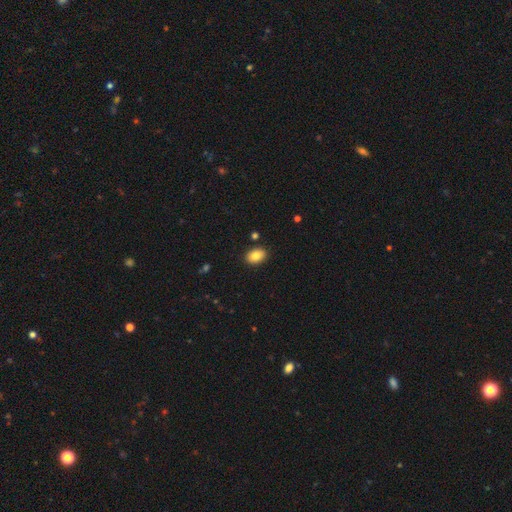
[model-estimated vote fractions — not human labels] Overall: smooth (84%). How rounded: in between (82%). Merging: none (88%).